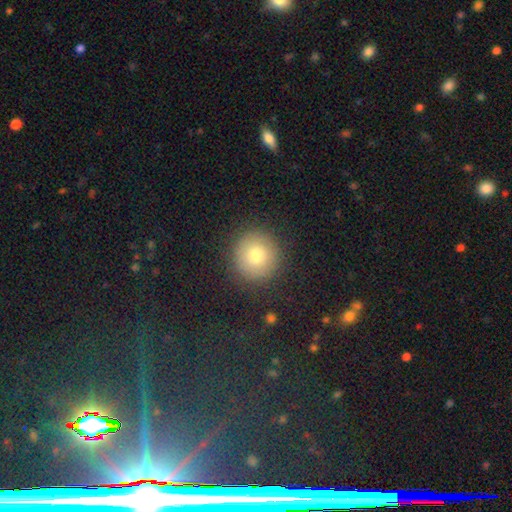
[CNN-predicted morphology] This appears to be a smooth galaxy with no disk features (74%) that is round (95%). Merging: none (89%).